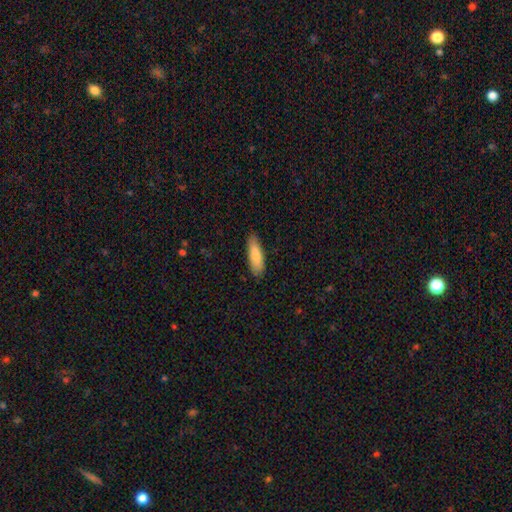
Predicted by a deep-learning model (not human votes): Smooth or featured: smooth — 82% (featured or disk — 13%)
How rounded: cigar-shaped — 51% (in between — 48%)
Merging: none — 85% (minor disturbance — 12%)